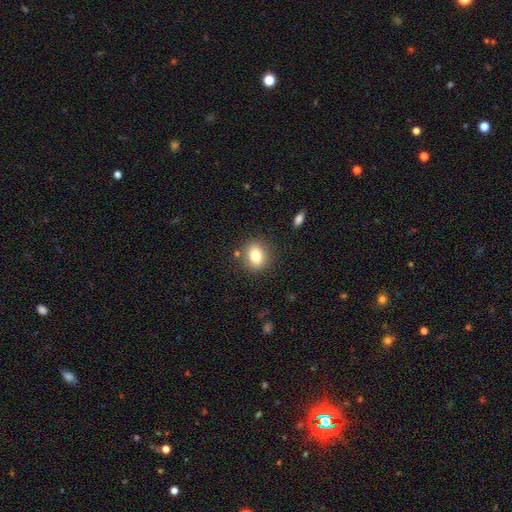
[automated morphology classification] Smooth or featured? Predicted: smooth (p=0.80). How rounded? Predicted: round (p=0.57). Merging? Predicted: none (p=0.84).